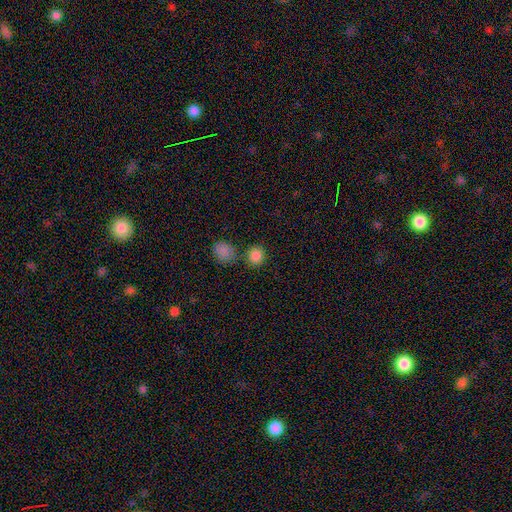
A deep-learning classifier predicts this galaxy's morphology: smooth 85%, star or artifact 11%, featured or disk 4%. Down the decision tree: how rounded — round (80%); merging — none (75%).